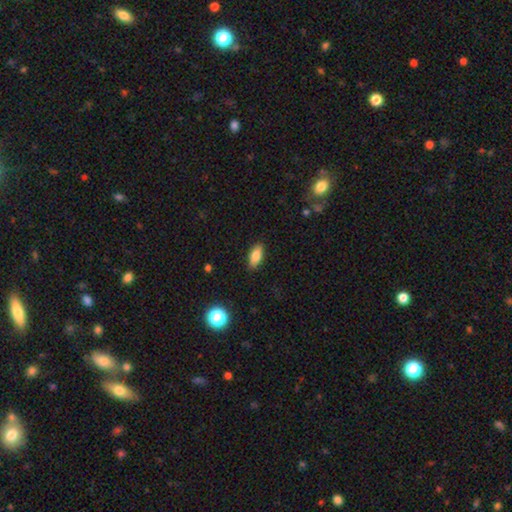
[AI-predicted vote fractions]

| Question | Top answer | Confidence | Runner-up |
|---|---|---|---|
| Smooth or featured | smooth | 82% | featured or disk (10%) |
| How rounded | in between | 83% | cigar-shaped (14%) |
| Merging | none | 87% | minor disturbance (10%) |